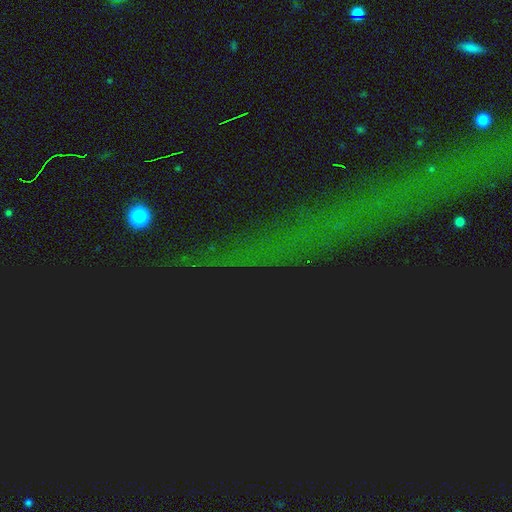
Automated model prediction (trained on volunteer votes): star or artifact 82%, smooth 10%, featured or disk 9%.